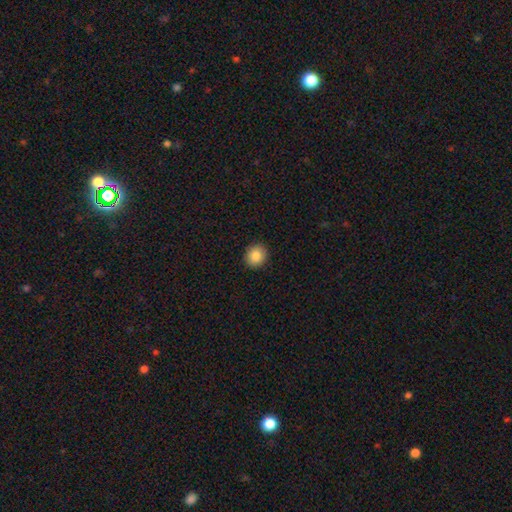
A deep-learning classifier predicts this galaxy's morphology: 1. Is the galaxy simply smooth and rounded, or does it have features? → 87% smooth, 9% star or artifact, 5% featured or disk.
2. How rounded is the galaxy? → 84% round, 15% in between, 1% cigar-shaped.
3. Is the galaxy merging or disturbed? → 91% none, 6% minor disturbance, 2% major disturbance, 1% merger.